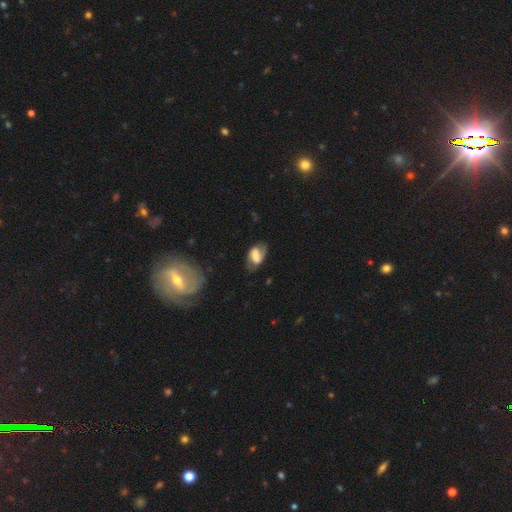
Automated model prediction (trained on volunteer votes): Smooth or featured? featured or disk (51%)
Edge-on disk? no (95%)
Merging? none (60%)